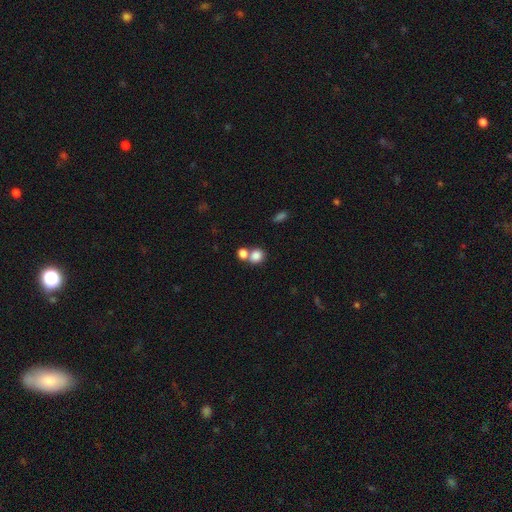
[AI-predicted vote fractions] Smooth or featured?
  - smooth: 82% *
  - star or artifact: 11%
  - featured or disk: 7%
How rounded?
  - round: 74% *
  - in between: 25%
  - cigar-shaped: 1%
Merging?
  - merger: 45% *
  - none: 43%
  - minor disturbance: 8%
  - major disturbance: 4%